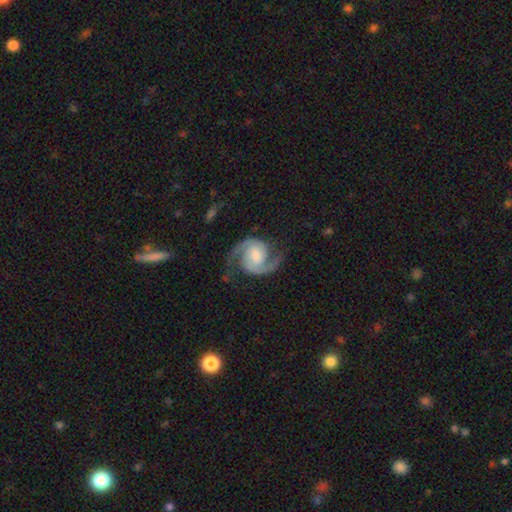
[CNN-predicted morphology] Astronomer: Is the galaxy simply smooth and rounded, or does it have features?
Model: featured or disk — 92%.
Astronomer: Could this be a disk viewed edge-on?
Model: no — 98%.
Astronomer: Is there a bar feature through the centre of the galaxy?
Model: no — 51% (runner-up: weak, 38%).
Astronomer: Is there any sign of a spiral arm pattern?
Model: yes — 98%.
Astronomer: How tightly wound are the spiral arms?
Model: medium — 57%.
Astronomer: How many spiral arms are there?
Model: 2 — 94%.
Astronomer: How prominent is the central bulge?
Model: moderate — 46% (runner-up: small, 36%).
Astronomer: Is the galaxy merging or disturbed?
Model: none — 79%.